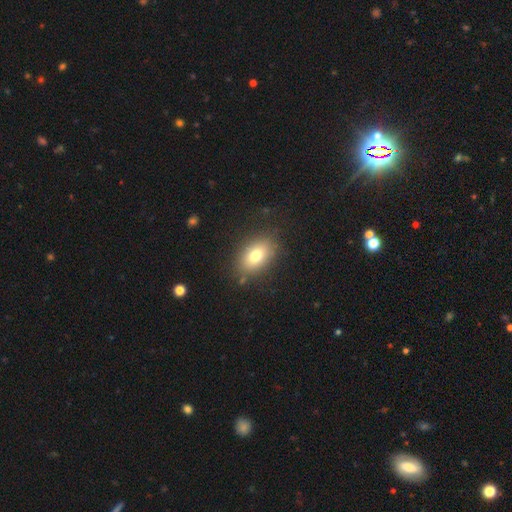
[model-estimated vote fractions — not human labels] smooth_or_featured: smooth (p=0.76) [alt: featured or disk p=0.14]
how_rounded: in between (p=0.84) [alt: round p=0.14]
merging: none (p=0.82) [alt: minor disturbance p=0.11]